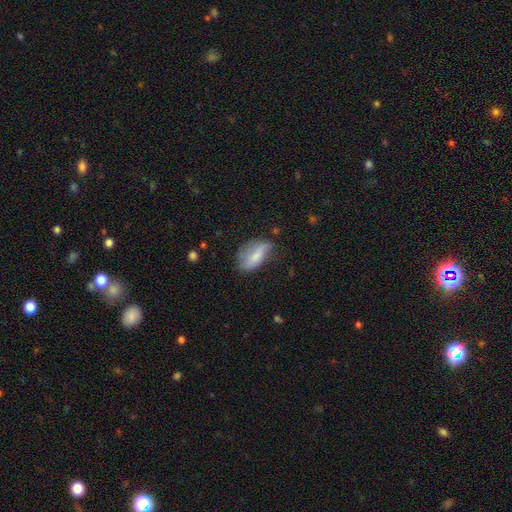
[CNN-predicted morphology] smooth 64%, featured or disk 29%, star or artifact 8%. Down the decision tree: how rounded — in between (86%); merging — none (46%).